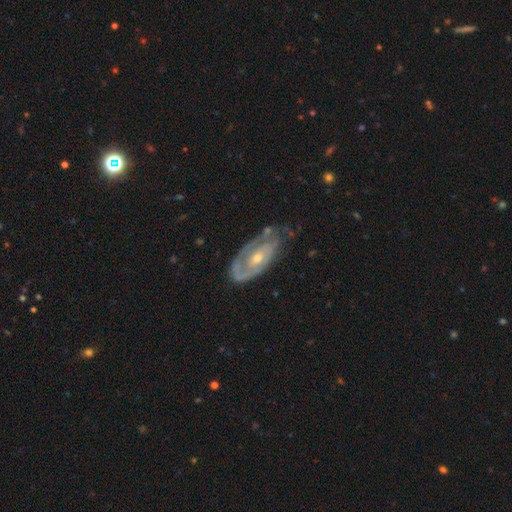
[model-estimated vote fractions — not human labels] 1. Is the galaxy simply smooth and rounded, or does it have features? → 82% featured or disk, 11% smooth, 8% star or artifact.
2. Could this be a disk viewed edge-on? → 93% no, 7% yes.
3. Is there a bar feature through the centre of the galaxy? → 62% no, 28% weak, 10% strong.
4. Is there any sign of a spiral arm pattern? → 87% yes, 13% no.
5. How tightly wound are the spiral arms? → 58% tight, 32% medium, 10% loose.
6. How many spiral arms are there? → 52% 2, 21% can't tell, 18% 1, 4% 3, 2% 4, 2% more than 4.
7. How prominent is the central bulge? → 48% small (tied), 48% moderate (tied), 2% large, 1% none, 1% dominant.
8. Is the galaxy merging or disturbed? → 68% none, 21% minor disturbance, 9% major disturbance, 2% merger.